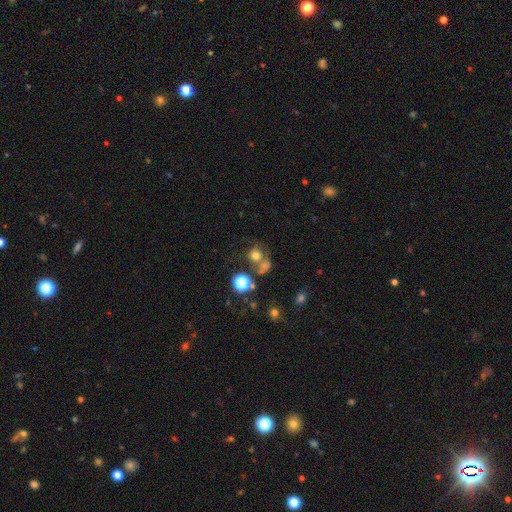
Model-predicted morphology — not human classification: smooth_or_featured: smooth (p=0.65) [alt: star or artifact p=0.21]
how_rounded: round (p=0.82) [alt: in between p=0.17]
merging: none (p=0.47) [alt: merger p=0.33]